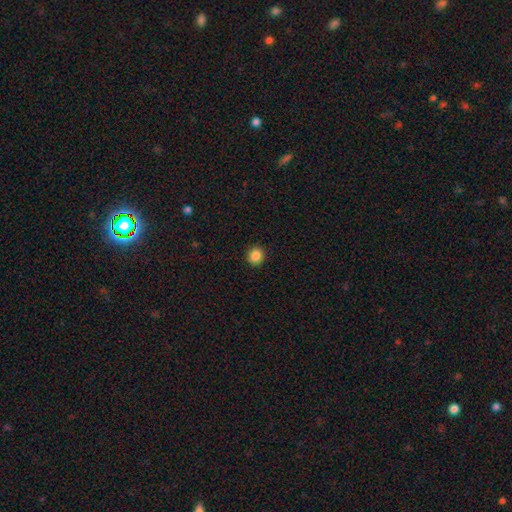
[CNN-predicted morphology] Smooth or featured?
  - smooth: 87% *
  - star or artifact: 10%
  - featured or disk: 3%
How rounded?
  - round: 92% *
  - in between: 7%
  - cigar-shaped: 1%
Merging?
  - none: 93% *
  - minor disturbance: 5%
  - major disturbance: 2%
  - merger: 1%